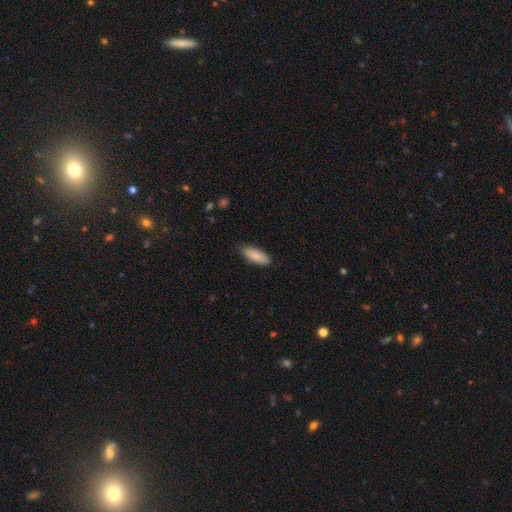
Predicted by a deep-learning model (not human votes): smooth-or-featured: smooth: 86% | featured or disk: 9% | star or artifact: 6%
  how-rounded: in between: 69% | cigar-shaped: 29% | round: 2%
  merging: none: 85% | minor disturbance: 12% | major disturbance: 2% | merger: 1%